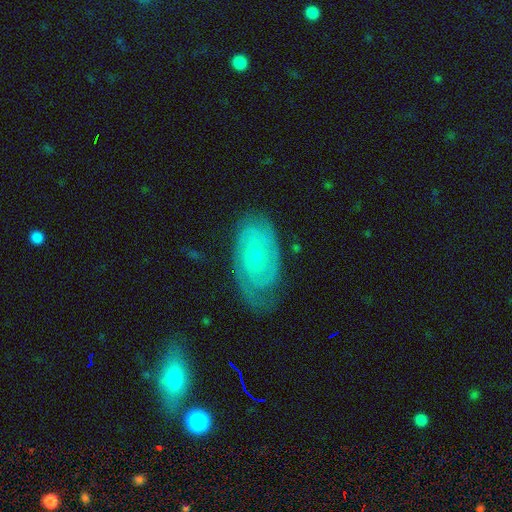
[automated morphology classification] Smooth or featured: featured or disk — 77% (smooth — 16%)
Edge-on disk: no — 95% (yes — 5%)
Bar: no — 77% (weak — 20%)
Spiral arms: yes — 91% (no — 9%)
Spiral winding: tight — 71% (medium — 22%)
Spiral arm count: 2 — 39% (can't tell — 37%)
Bulge size: small — 76% (moderate — 21%)
Merging: none — 68% (minor disturbance — 21%)